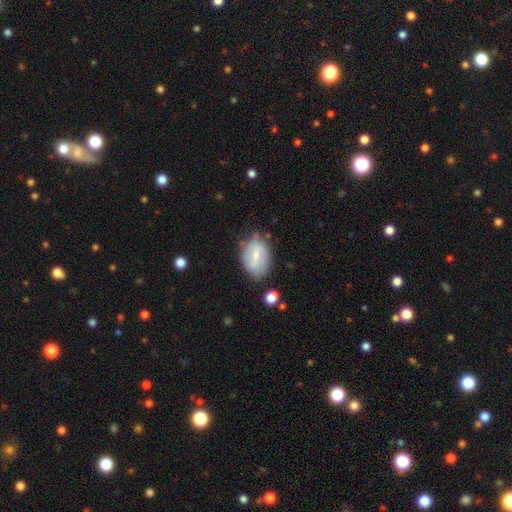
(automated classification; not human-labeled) Smooth or featured?
  - smooth: 54% *
  - featured or disk: 39%
  - star or artifact: 7%
How rounded?
  - in between: 86% *
  - round: 12%
  - cigar-shaped: 2%
Merging?
  - none: 65% *
  - minor disturbance: 25%
  - major disturbance: 6%
  - merger: 4%